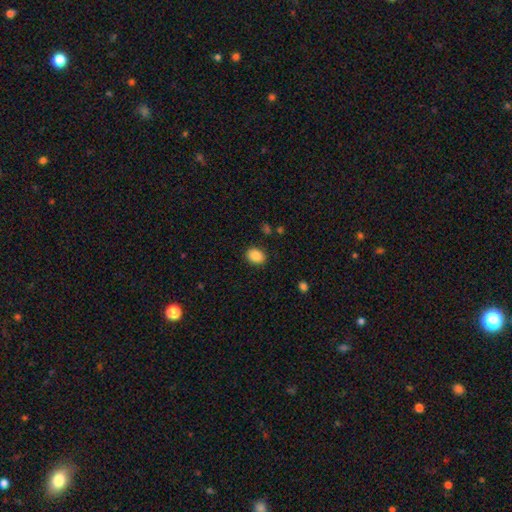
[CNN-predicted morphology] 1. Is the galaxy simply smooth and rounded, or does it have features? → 88% smooth, 8% star or artifact, 4% featured or disk.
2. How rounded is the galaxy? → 70% in between, 30% round, 1% cigar-shaped.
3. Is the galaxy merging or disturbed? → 87% none, 9% minor disturbance, 3% major disturbance, 1% merger.